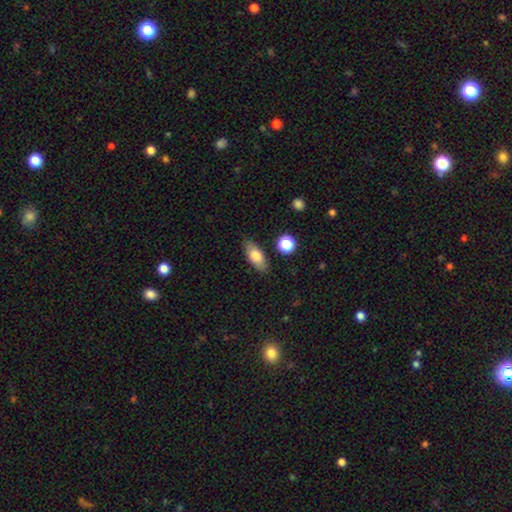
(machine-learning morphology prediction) Q: Smooth or featured?
A: smooth (76%); runner-up: featured or disk (17%)
Q: How rounded?
A: in between (77%); runner-up: cigar-shaped (18%)
Q: Merging?
A: none (83%); runner-up: minor disturbance (11%)